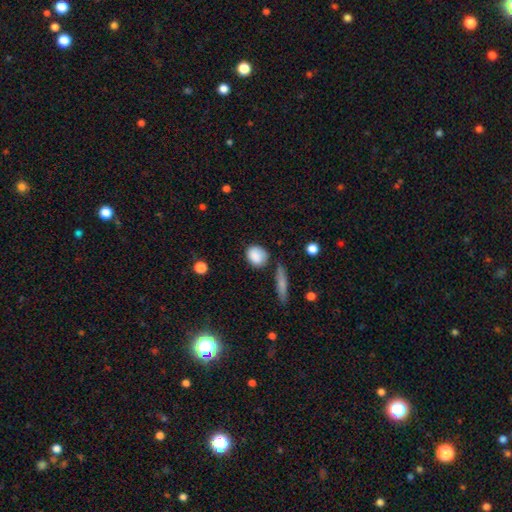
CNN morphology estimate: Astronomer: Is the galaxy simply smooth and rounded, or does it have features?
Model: smooth — 87%.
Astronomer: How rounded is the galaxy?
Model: round — 56% (runner-up: in between, 41%).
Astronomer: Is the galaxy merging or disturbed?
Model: none — 69%.